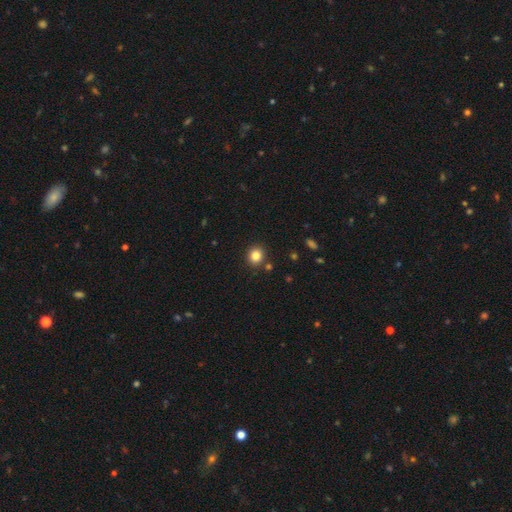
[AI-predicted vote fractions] This is clearly a smooth galaxy (83%). How rounded: clearly round (83%). Merging: clearly none (88%).